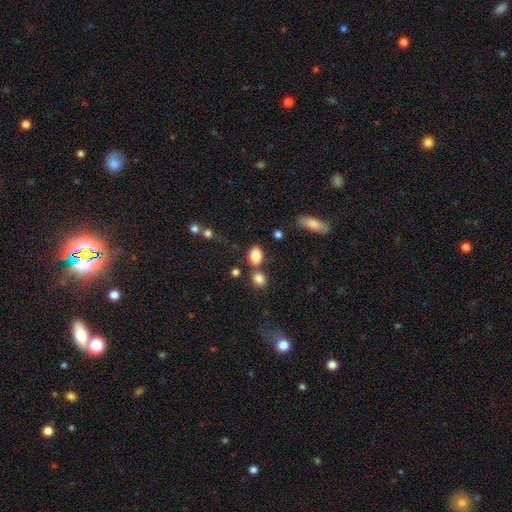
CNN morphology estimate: Smooth or featured? smooth (84%)
How rounded? in between (77%)
Merging? none (60%)